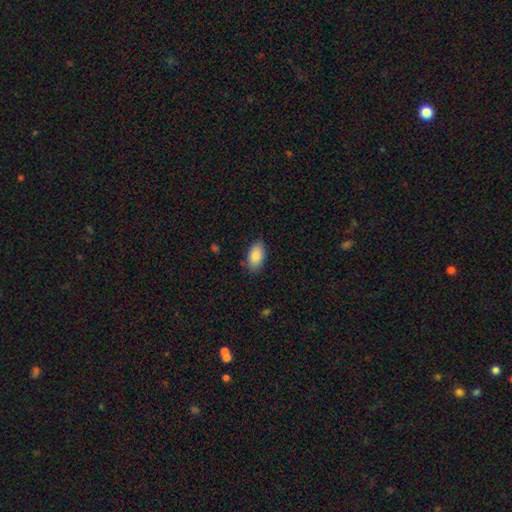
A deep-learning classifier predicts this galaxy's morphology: smooth-or-featured: smooth: 86% | star or artifact: 7% | featured or disk: 7%
  how-rounded: in between: 93% | round: 5% | cigar-shaped: 2%
  merging: none: 81% | minor disturbance: 15% | major disturbance: 3% | merger: 1%